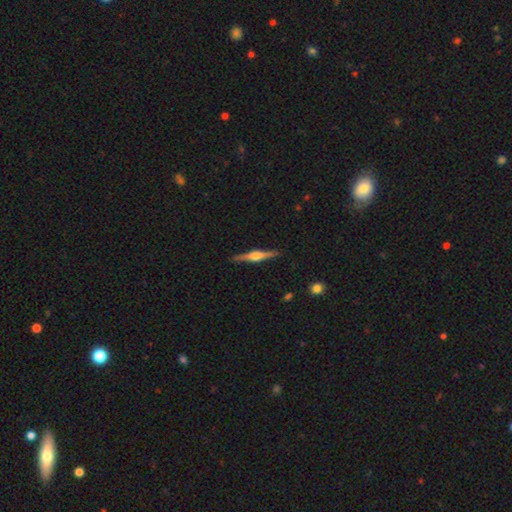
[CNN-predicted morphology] Smooth or featured: featured or disk — 80% (smooth — 15%)
Edge-on disk: yes — 98% (no — 2%)
Edge-on bulge: rounded — 87% (boxy — 11%)
Merging: none — 90% (minor disturbance — 7%)